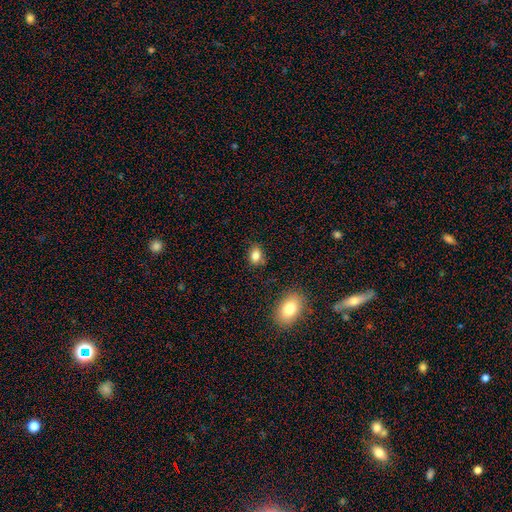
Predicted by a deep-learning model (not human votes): This is clearly a smooth galaxy (82%). How rounded: likely in between (73%). Merging: likely none (76%).